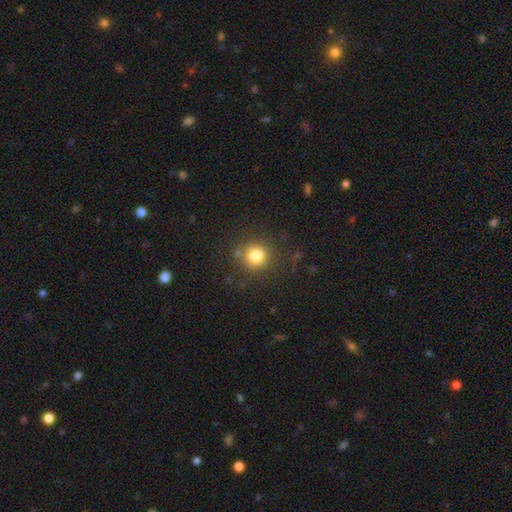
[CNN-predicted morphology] smooth-or-featured: smooth: 82% | star or artifact: 12% | featured or disk: 6%
  how-rounded: round: 89% | in between: 10% | cigar-shaped: 1%
  merging: none: 80% | minor disturbance: 11% | major disturbance: 5% | merger: 4%